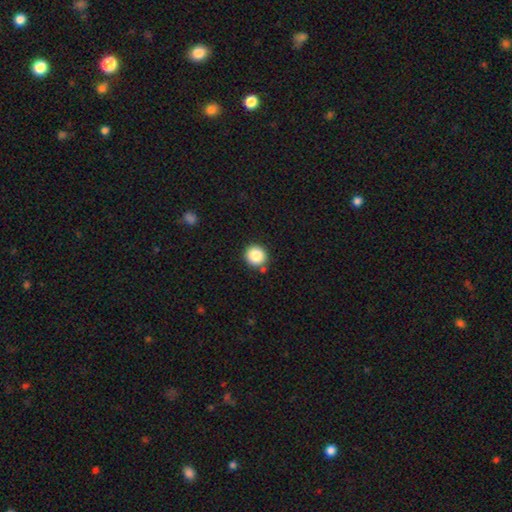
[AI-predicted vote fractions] A smooth galaxy with no disk features (86%) that is round (91%). Merging: none (84%).